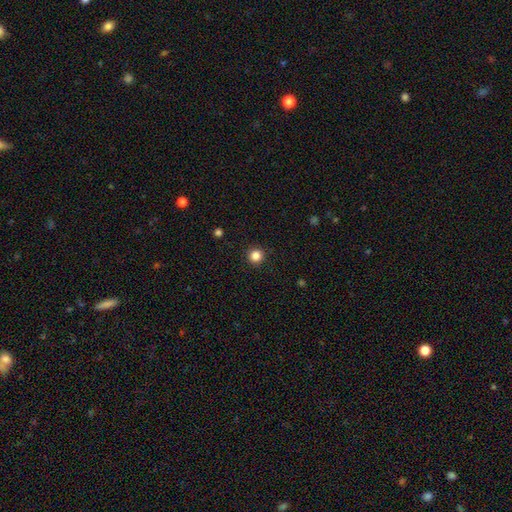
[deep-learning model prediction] Smooth or featured?
  - smooth: 85% *
  - star or artifact: 12%
  - featured or disk: 4%
How rounded?
  - round: 95% *
  - in between: 4%
  - cigar-shaped: 1%
Merging?
  - none: 93% *
  - minor disturbance: 5%
  - major disturbance: 2%
  - merger: 1%